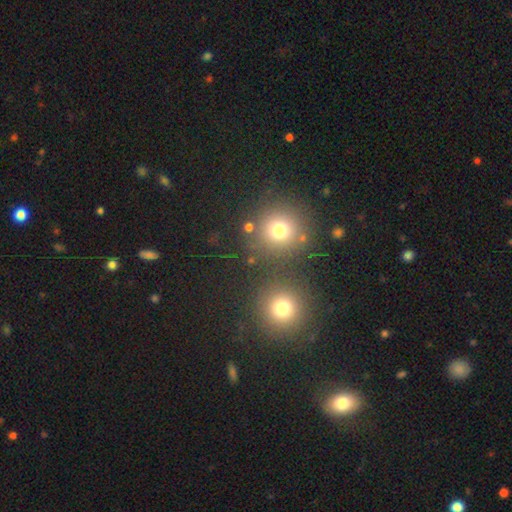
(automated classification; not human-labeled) Q: Smooth or featured?
A: smooth (58%); runner-up: star or artifact (34%)
Q: How rounded?
A: round (92%); runner-up: in between (7%)
Q: Merging?
A: none (78%); runner-up: merger (13%)